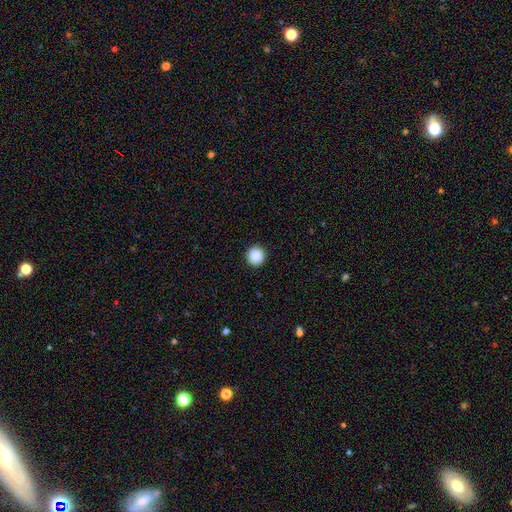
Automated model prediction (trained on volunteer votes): Smooth or featured? smooth (89%)
How rounded? round (94%)
Merging? none (93%)